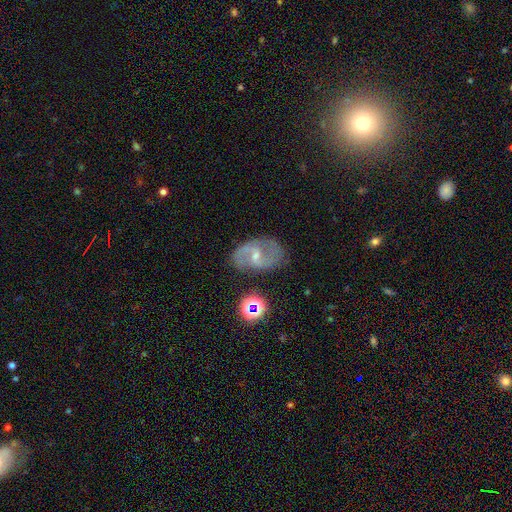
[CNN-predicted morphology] Smooth or featured? featured or disk (79%)
Edge-on disk? no (97%)
Bar? weak (54%)
Spiral arms? yes (92%)
Spiral winding? medium (50%)
Spiral arm count? 2 (86%)
Bulge size? small (60%)
Merging? none (75%)